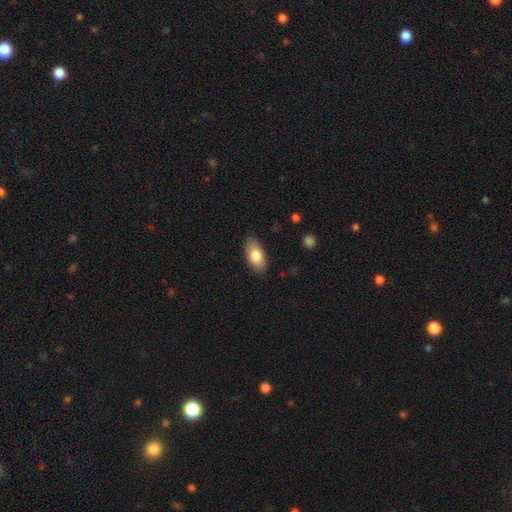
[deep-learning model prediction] Smooth or featured: smooth — 81% (featured or disk — 12%)
How rounded: in between — 92% (cigar-shaped — 5%)
Merging: none — 87% (minor disturbance — 10%)